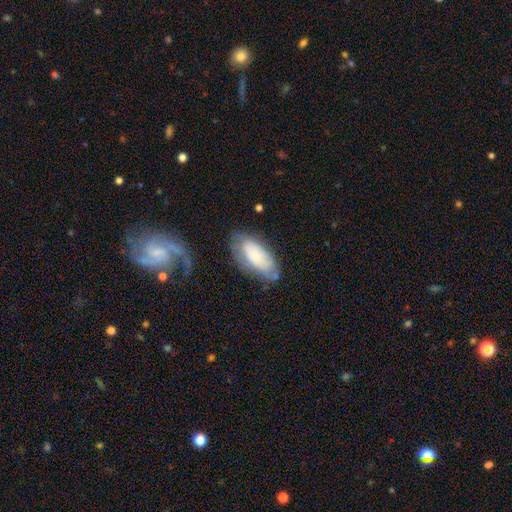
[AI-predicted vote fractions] smooth_or_featured: smooth (p=0.57) [alt: featured or disk p=0.36]
how_rounded: in between (p=0.89) [alt: cigar-shaped p=0.09]
merging: none (p=0.61) [alt: minor disturbance p=0.25]